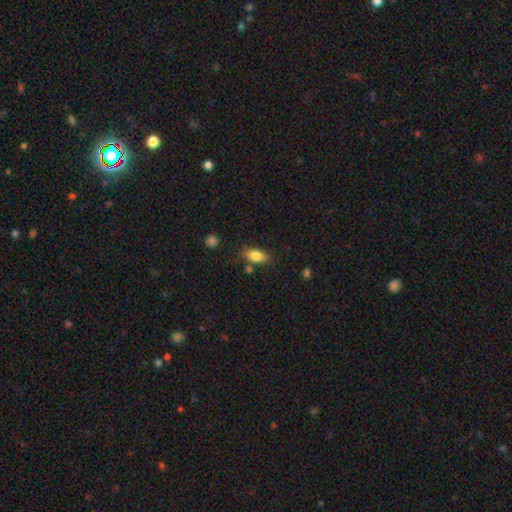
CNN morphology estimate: A smooth galaxy with no disk features (82%) that is in between round and cigar-shaped (88%).

Vote fractions:
- Smooth or featured? smooth: 82% / featured or disk: 10% / star or artifact: 8%
- How rounded? in between: 88% / cigar-shaped: 6% / round: 6%
- Merging? none: 76% / minor disturbance: 14% / merger: 6% / major disturbance: 4%